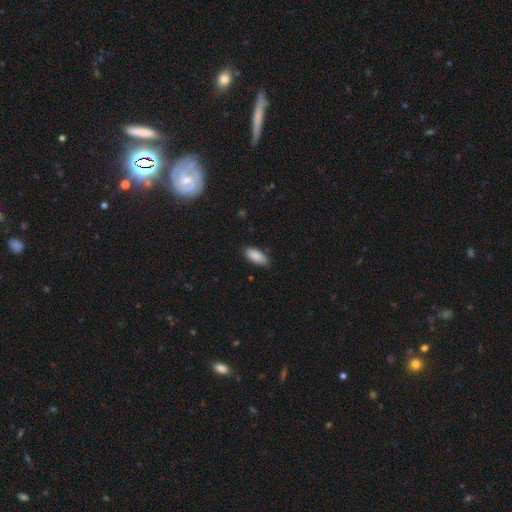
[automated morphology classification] Overall: smooth (88%). How rounded: in between (83%). Merging: none (81%).